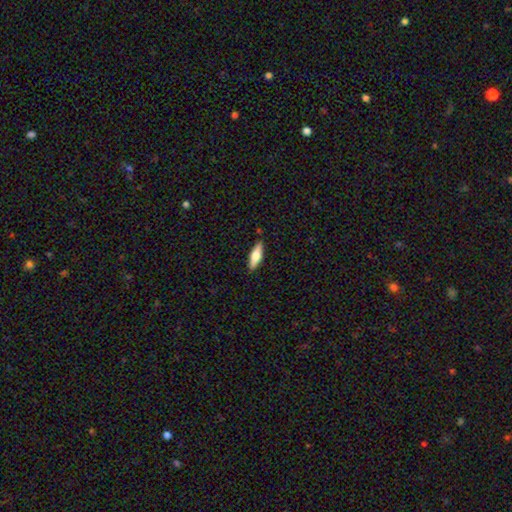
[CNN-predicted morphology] A smooth galaxy with no disk features (62%) that is cigar-shaped (51%).

Vote fractions:
- Smooth or featured? smooth: 62% / featured or disk: 32% / star or artifact: 6%
- How rounded? cigar-shaped: 51% / in between: 47% / round: 2%
- Merging? none: 88% / minor disturbance: 9% / major disturbance: 2% / merger: 1%